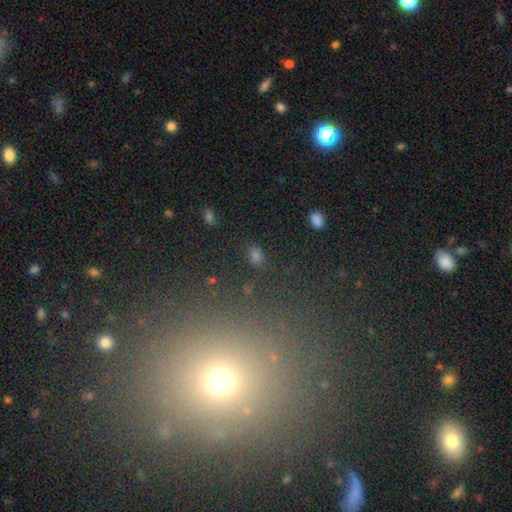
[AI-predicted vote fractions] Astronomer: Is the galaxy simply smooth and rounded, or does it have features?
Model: smooth — 58%.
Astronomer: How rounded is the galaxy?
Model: in between — 70%.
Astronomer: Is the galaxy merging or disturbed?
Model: none — 83%.